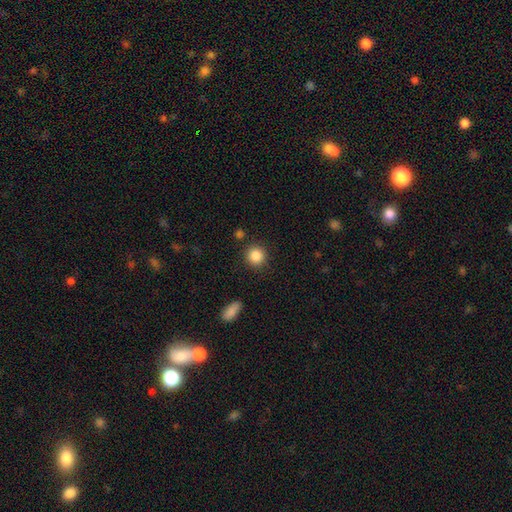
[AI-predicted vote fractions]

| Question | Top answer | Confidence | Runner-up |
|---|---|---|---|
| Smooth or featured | smooth | 87% | star or artifact (9%) |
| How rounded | round | 92% | in between (7%) |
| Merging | none | 89% | minor disturbance (6%) |